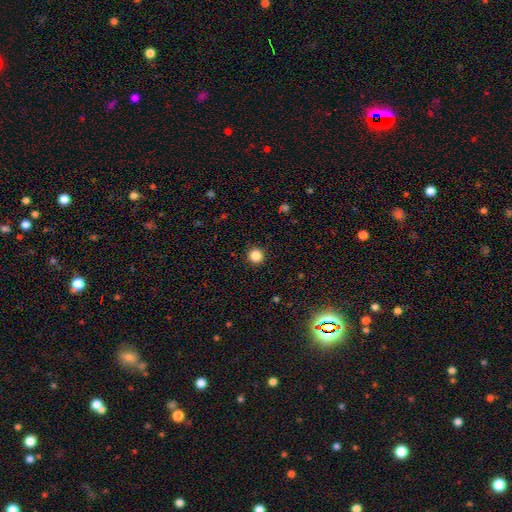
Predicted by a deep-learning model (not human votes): This appears to be a smooth galaxy with no disk features (85%) that is round (95%). Merging: none (92%).